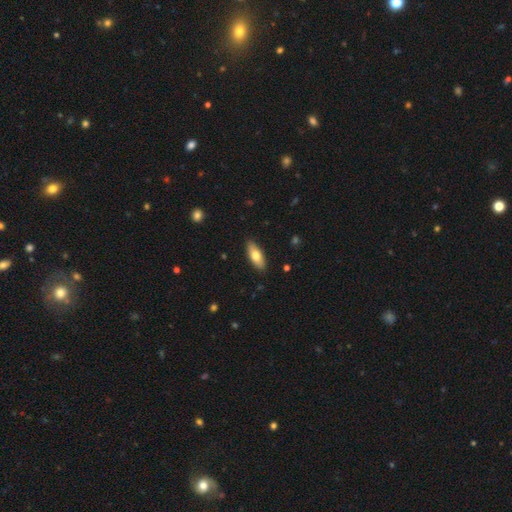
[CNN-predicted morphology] Smooth or featured? Predicted: smooth (p=0.72). How rounded? Predicted: in between (p=0.73). Merging? Predicted: none (p=0.88).